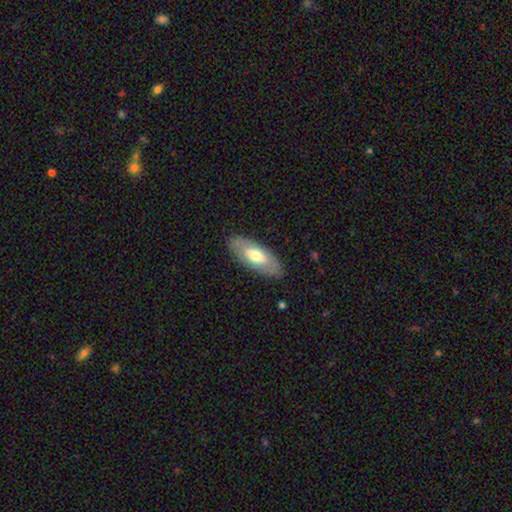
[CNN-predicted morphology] Smooth or featured? smooth (55%)
How rounded? in between (83%)
Merging? none (85%)